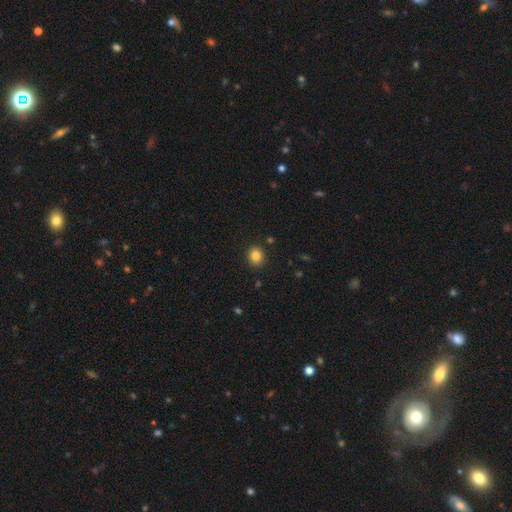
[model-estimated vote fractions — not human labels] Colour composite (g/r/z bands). It shows a smooth galaxy with no disk features (83%) that is round (72%). Merging: none (90%).